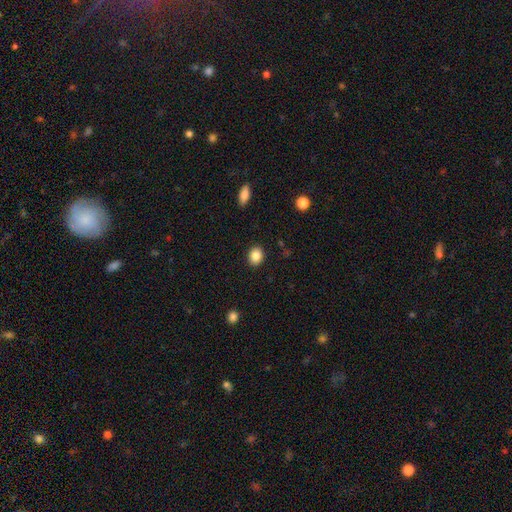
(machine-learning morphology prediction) Q: Smooth or featured?
A: smooth (86%); runner-up: star or artifact (9%)
Q: How rounded?
A: round (53%); runner-up: in between (46%)
Q: Merging?
A: none (90%); runner-up: minor disturbance (7%)